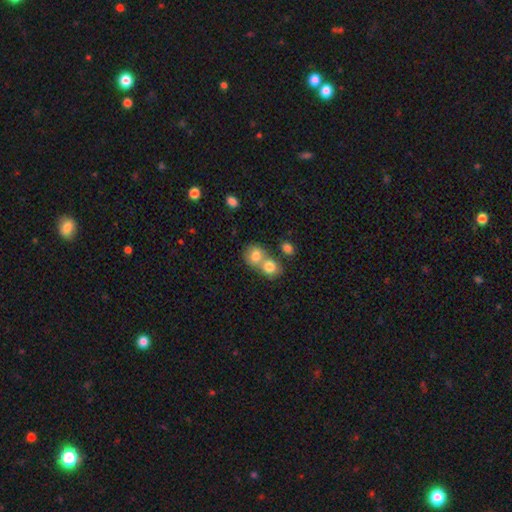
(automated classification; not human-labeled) This is likely a smooth galaxy (79%). How rounded: likely round (67%). Merging: possibly merger (58%).